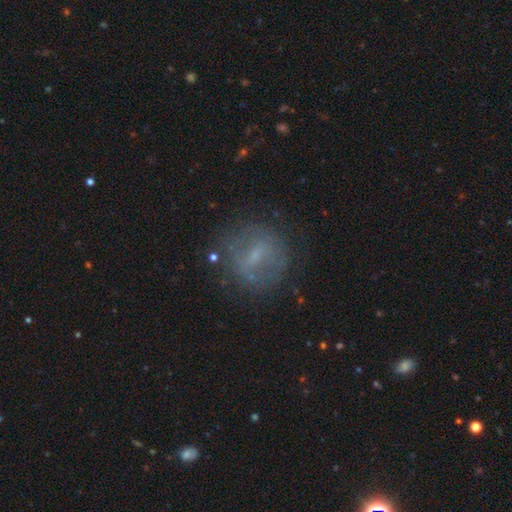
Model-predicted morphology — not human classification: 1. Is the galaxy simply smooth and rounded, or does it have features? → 48% featured or disk, 38% smooth, 14% star or artifact.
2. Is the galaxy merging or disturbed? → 74% none, 15% minor disturbance, 9% major disturbance, 2% merger.